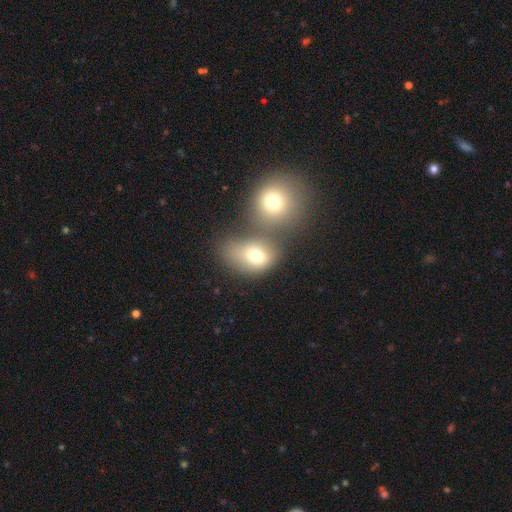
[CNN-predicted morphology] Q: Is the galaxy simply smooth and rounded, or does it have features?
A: smooth — 72%.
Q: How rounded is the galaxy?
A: in between — 57%.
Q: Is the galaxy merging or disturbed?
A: merger — 46%.